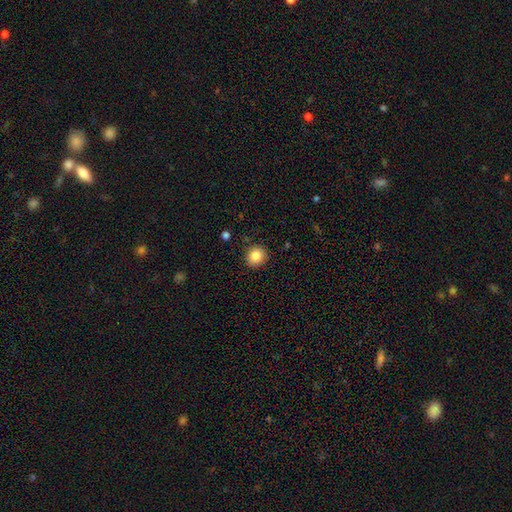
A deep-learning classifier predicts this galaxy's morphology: A smooth galaxy with no disk features (84%) that is round (79%). Merging: none (88%).